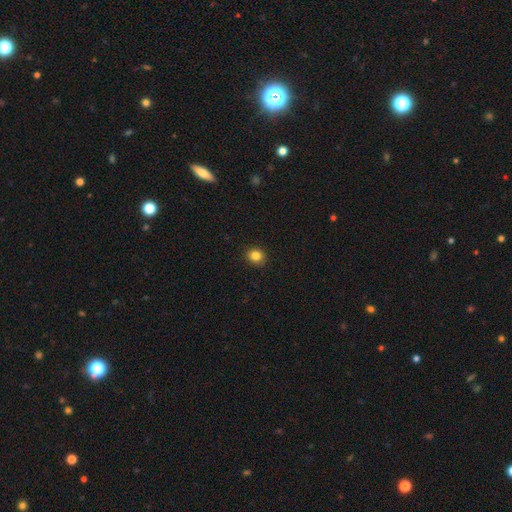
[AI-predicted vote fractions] Smooth or featured: smooth — 84% (star or artifact — 11%)
How rounded: round — 74% (in between — 25%)
Merging: none — 91% (minor disturbance — 7%)